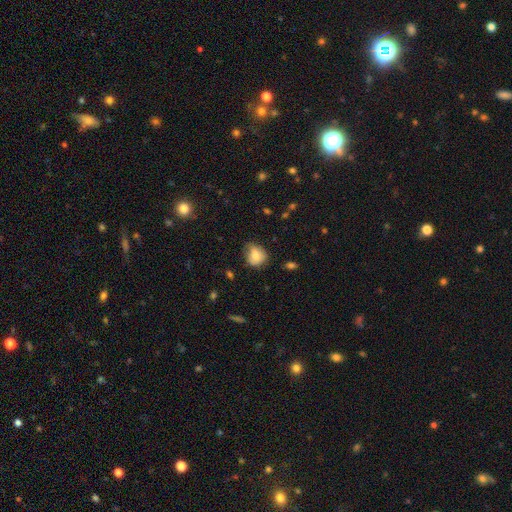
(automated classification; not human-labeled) Smooth or featured?
  - smooth: 78% *
  - featured or disk: 13%
  - star or artifact: 9%
How rounded?
  - round: 57% *
  - in between: 41%
  - cigar-shaped: 1%
Merging?
  - none: 51% *
  - minor disturbance: 36%
  - major disturbance: 11%
  - merger: 2%